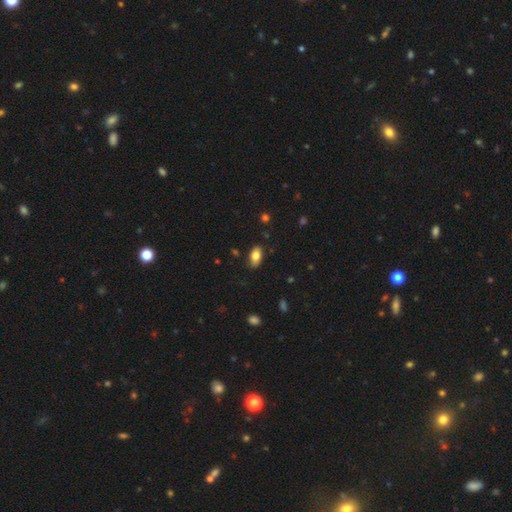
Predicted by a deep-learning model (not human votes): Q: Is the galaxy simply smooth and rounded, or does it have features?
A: smooth — 80%.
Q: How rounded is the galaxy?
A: in between — 92%.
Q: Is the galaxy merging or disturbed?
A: none — 85%.